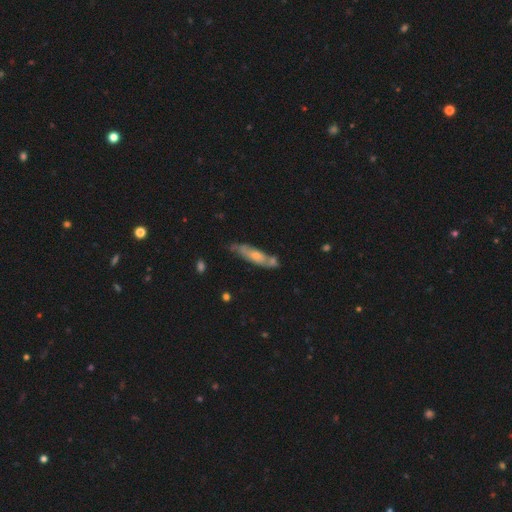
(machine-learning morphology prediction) Q: Smooth or featured?
A: smooth (50%); runner-up: featured or disk (44%)
Q: How rounded?
A: cigar-shaped (68%); runner-up: in between (30%)
Q: Merging?
A: none (50%); runner-up: minor disturbance (26%)